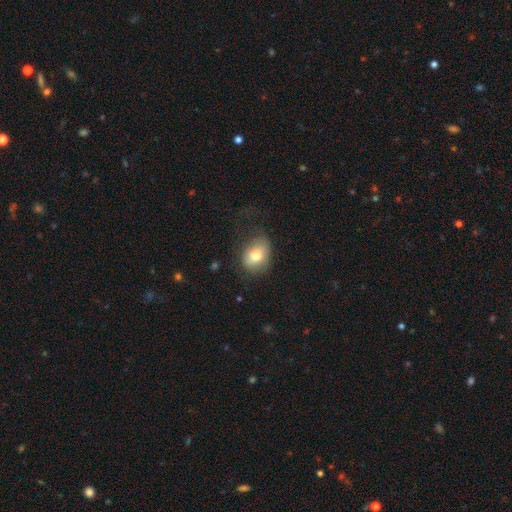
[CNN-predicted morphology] Smooth or featured? Predicted: smooth (p=0.76). How rounded? Predicted: in between (p=0.68). Merging? Predicted: none (p=0.55).